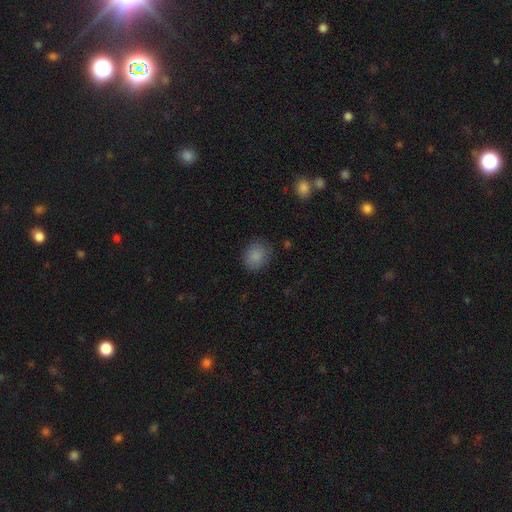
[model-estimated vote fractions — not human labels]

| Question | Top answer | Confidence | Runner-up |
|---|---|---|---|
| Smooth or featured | smooth | 86% | star or artifact (9%) |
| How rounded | round | 66% | in between (33%) |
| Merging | none | 80% | minor disturbance (15%) |